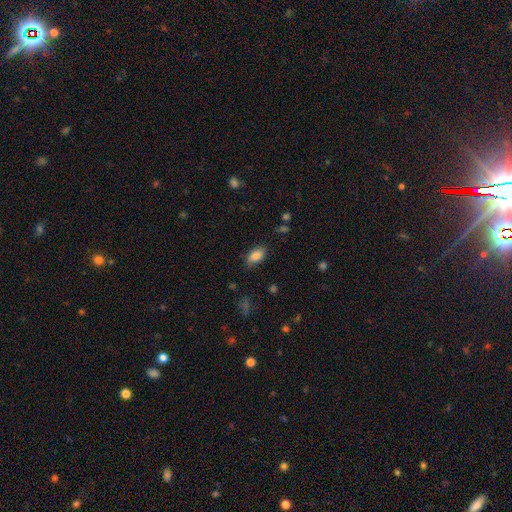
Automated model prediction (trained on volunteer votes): Smooth or featured? smooth (84%)
How rounded? in between (91%)
Merging? none (82%)